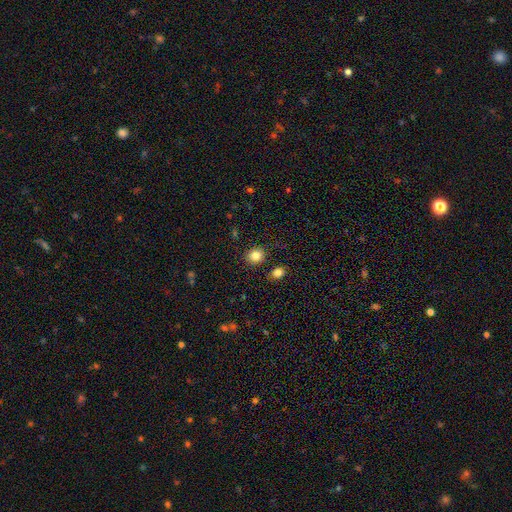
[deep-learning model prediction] Morphology: type=smooth (83%); roundness=round (70%); merging=none (86%).